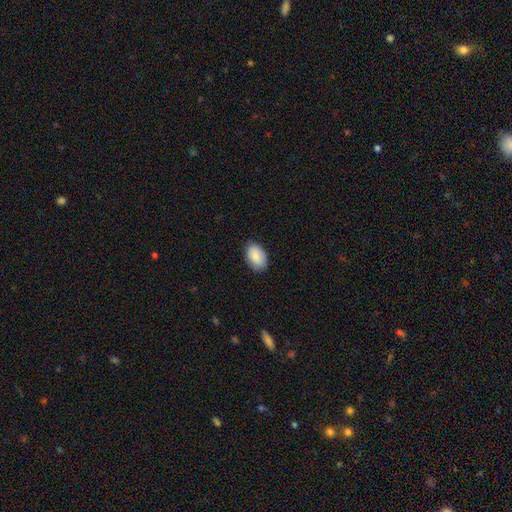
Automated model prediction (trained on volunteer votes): Smooth or featured: smooth — 85% (featured or disk — 8%)
How rounded: in between — 91% (round — 8%)
Merging: none — 83% (minor disturbance — 14%)